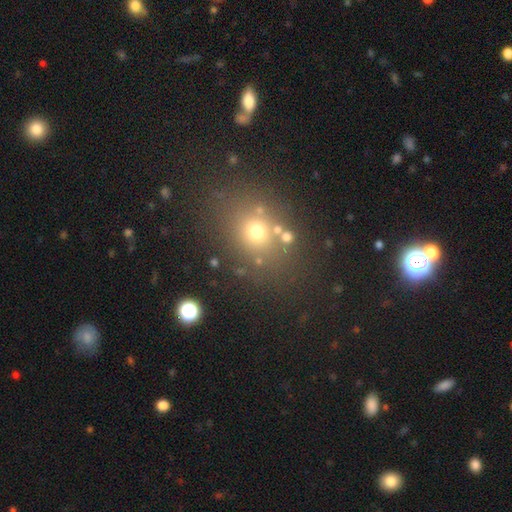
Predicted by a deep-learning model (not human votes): Smooth or featured? Predicted: smooth (p=0.49). Merging? Predicted: none (p=0.72).